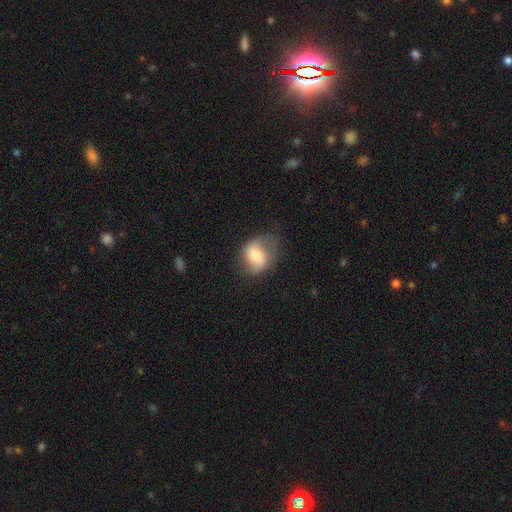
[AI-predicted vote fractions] This is possibly a smooth galaxy (48%). Merging: possibly none (53%).